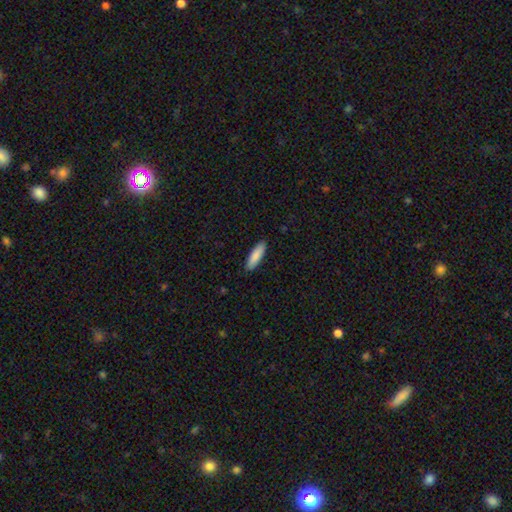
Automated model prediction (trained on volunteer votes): smooth-or-featured: smooth: 88% | featured or disk: 7% | star or artifact: 5%
  how-rounded: cigar-shaped: 58% | in between: 41% | round: 1%
  merging: none: 90% | minor disturbance: 7% | major disturbance: 2% | merger: 1%